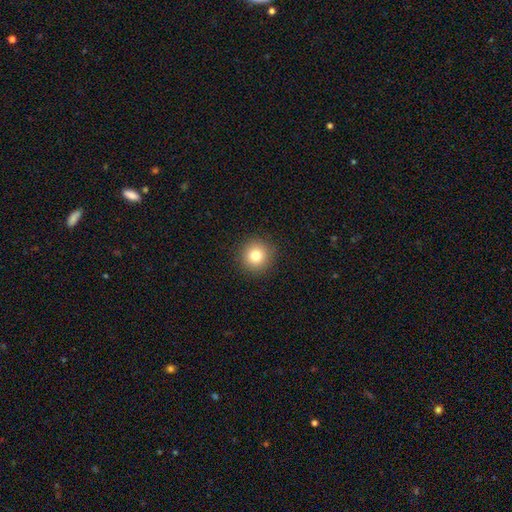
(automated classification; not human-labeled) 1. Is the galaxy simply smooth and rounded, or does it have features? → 80% smooth, 12% star or artifact, 8% featured or disk.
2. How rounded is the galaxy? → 94% round, 5% in between, 1% cigar-shaped.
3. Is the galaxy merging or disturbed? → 91% none, 6% minor disturbance, 2% major disturbance, 1% merger.